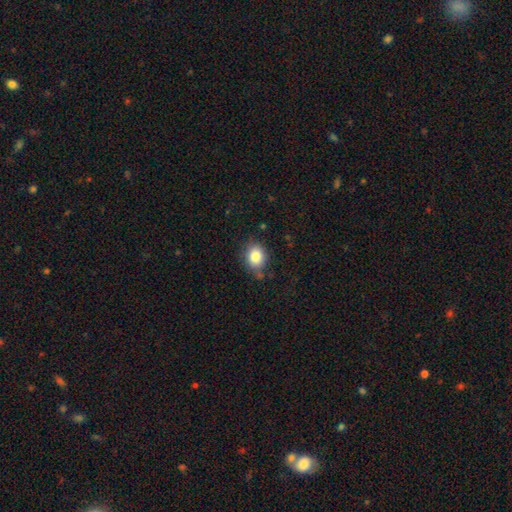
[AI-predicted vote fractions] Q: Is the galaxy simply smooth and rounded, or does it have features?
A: smooth — 83%.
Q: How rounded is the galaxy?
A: round — 56%.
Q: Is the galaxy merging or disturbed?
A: none — 77%.